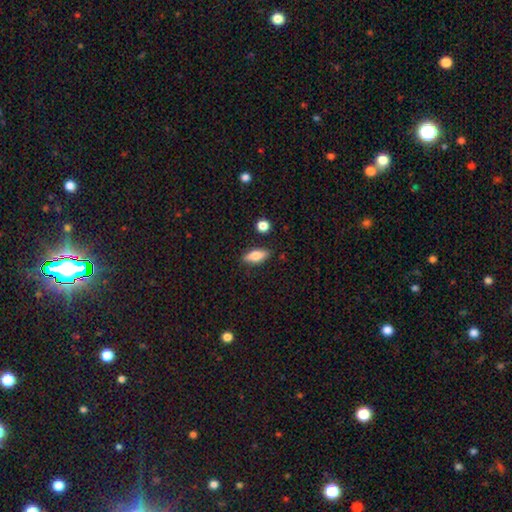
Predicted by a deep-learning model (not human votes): Overall: smooth (70%). How rounded: in between (70%). Merging: none (85%).